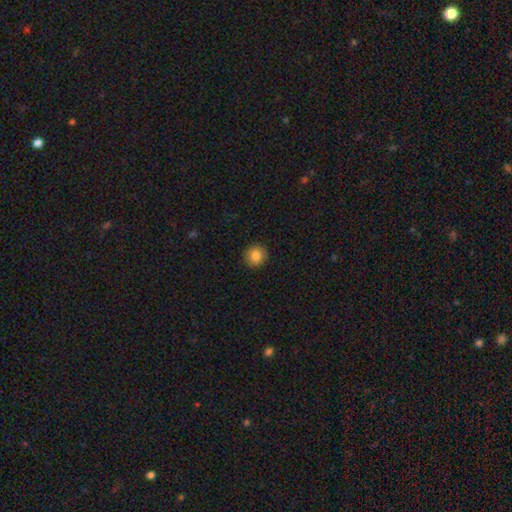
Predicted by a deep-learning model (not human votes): A smooth galaxy with no disk features (84%) that is round (93%). Merging: none (91%).